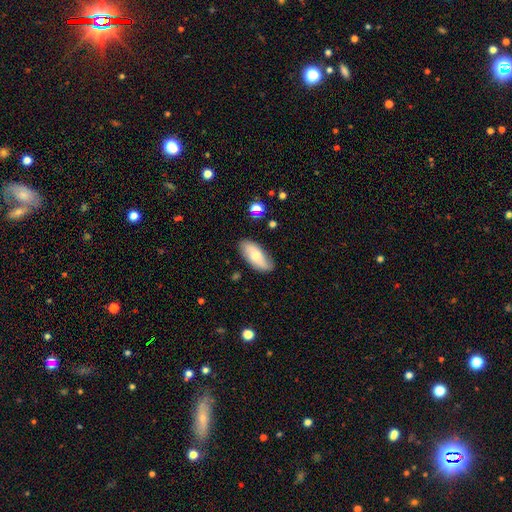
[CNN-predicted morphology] smooth-or-featured: smooth: 61% | featured or disk: 33% | star or artifact: 7%
  how-rounded: in between: 87% | cigar-shaped: 11% | round: 3%
  merging: none: 80% | minor disturbance: 15% | major disturbance: 3% | merger: 2%